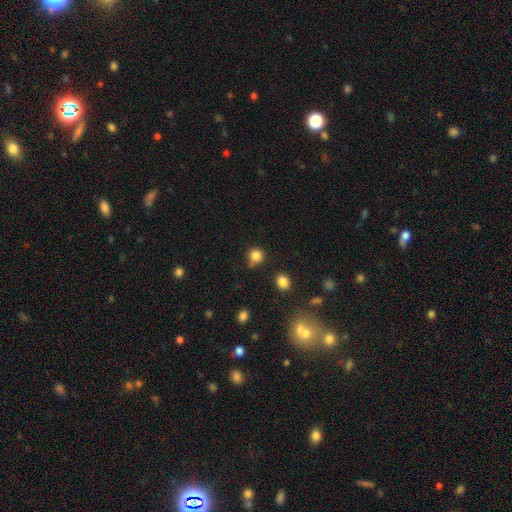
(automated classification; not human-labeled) smooth 83%, star or artifact 12%, featured or disk 4%. Down the decision tree: how rounded — round (90%); merging — none (73%).